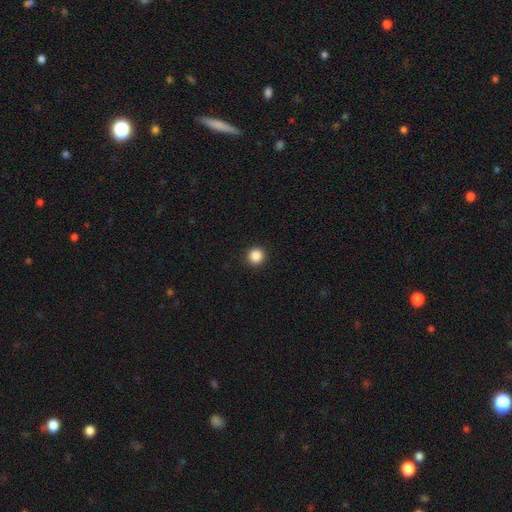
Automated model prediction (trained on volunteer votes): smooth_or_featured: smooth (p=0.87) [alt: star or artifact p=0.10]
how_rounded: round (p=0.95) [alt: in between p=0.04]
merging: none (p=0.94) [alt: minor disturbance p=0.04]